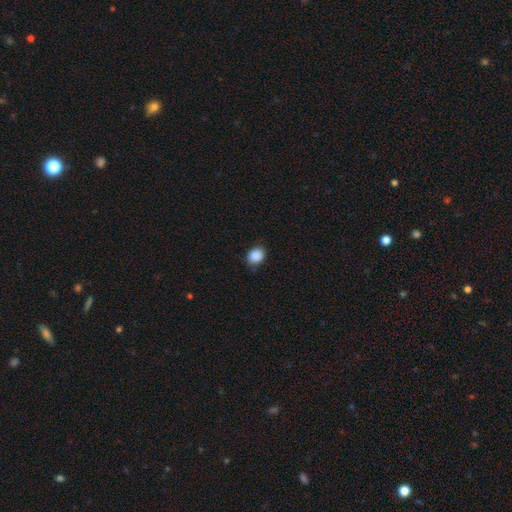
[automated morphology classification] Smooth or featured: smooth — 89% (star or artifact — 9%)
How rounded: round — 53% (in between — 46%)
Merging: none — 82% (minor disturbance — 14%)